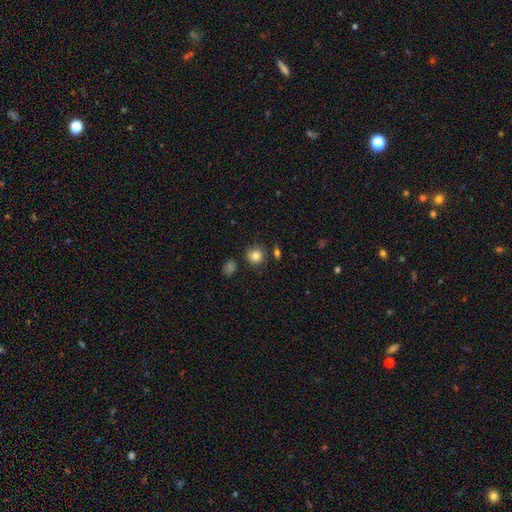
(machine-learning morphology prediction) Smooth or featured? Predicted: smooth (p=0.83). How rounded? Predicted: round (p=0.87). Merging? Predicted: none (p=0.80).